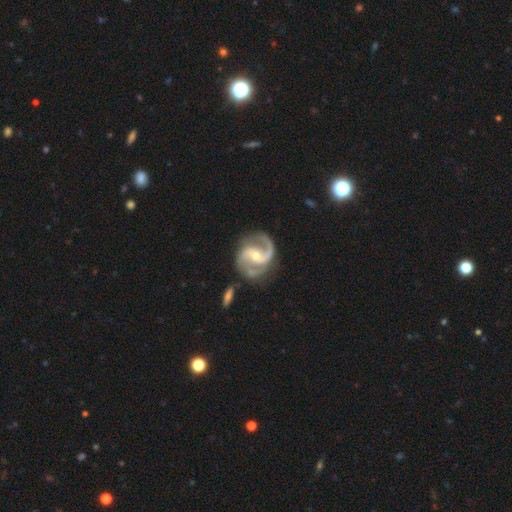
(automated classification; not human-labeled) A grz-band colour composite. It shows a featured or disk galaxy (93%) with a weak bar (43%), 2 (91%) medium (63%) spiral arms (98%) and a moderate central bulge (49%). Merging: none (71%).